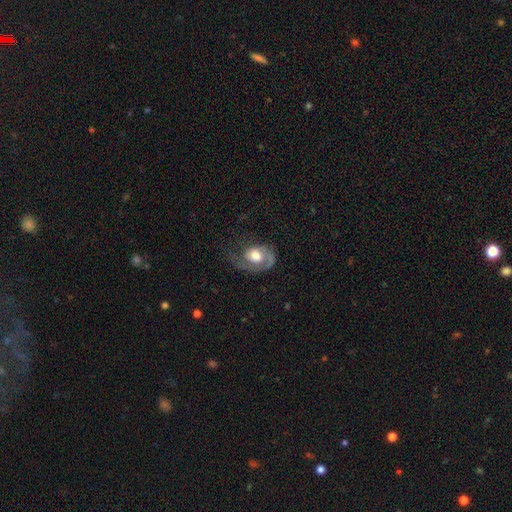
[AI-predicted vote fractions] Overall: featured or disk (71%). Edge-on disk: no (97%). Bar: no (74%). Spiral arms: yes (89%). Spiral arm count: 1 (70%). Spiral winding: medium (38%; tight 37%). Bulge size: moderate (44%; large 42%). Merging: none (41%; major disturbance 34%).